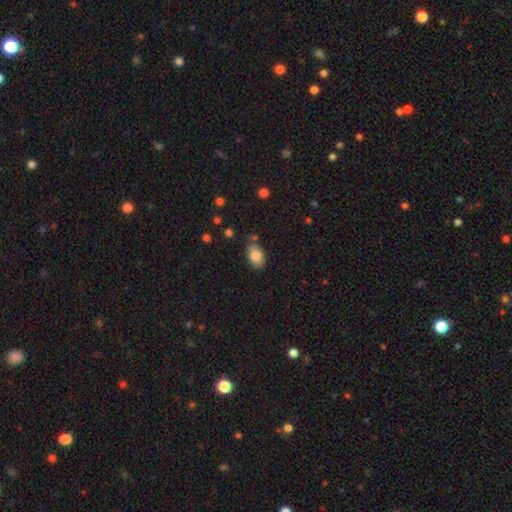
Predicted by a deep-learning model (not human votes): Morphology: type=smooth (82%); roundness=in between (87%); merging=none (74%).